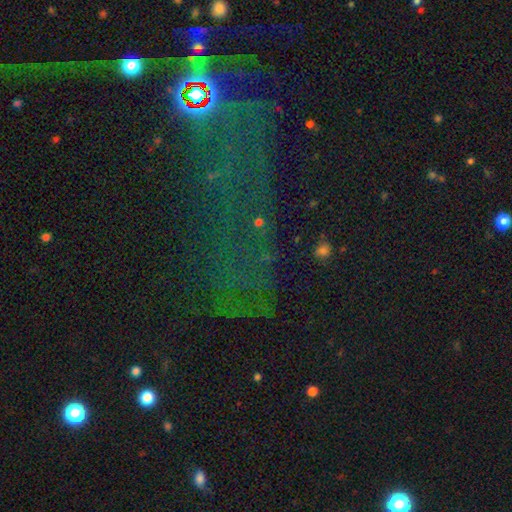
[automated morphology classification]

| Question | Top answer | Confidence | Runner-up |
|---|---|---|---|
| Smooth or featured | star or artifact | 68% | smooth (17%) |